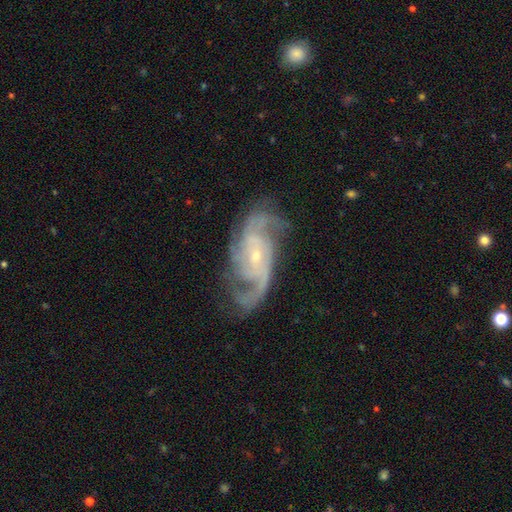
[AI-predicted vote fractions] Smooth or featured? featured or disk (90%)
Edge-on disk? no (96%)
Bar? no (62%)
Spiral arms? yes (98%)
Spiral winding? medium (51%)
Spiral arm count? 3 (36%)
Bulge size? small (74%)
Merging? none (71%)